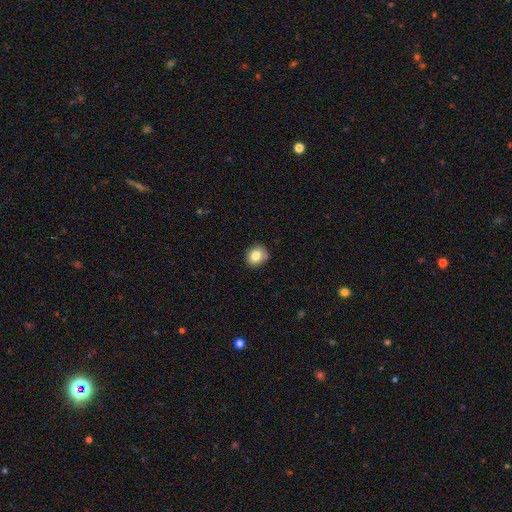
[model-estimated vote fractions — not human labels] This appears to be a smooth galaxy with no disk features (81%) that is round (71%). Merging: none (84%).